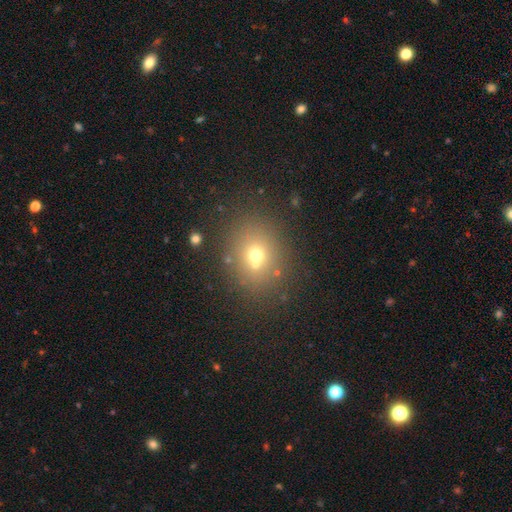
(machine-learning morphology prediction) Q: Smooth or featured?
A: smooth (62%); runner-up: star or artifact (21%)
Q: How rounded?
A: round (67%); runner-up: in between (32%)
Q: Merging?
A: none (67%); runner-up: merger (19%)